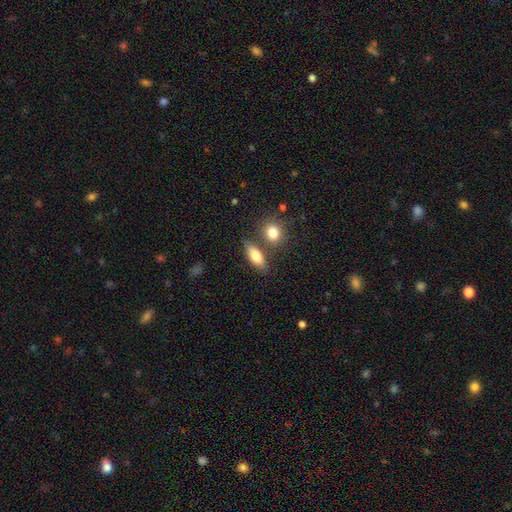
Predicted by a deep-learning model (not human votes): Overall: smooth (76%). How rounded: in between (74%). Merging: none (69%).